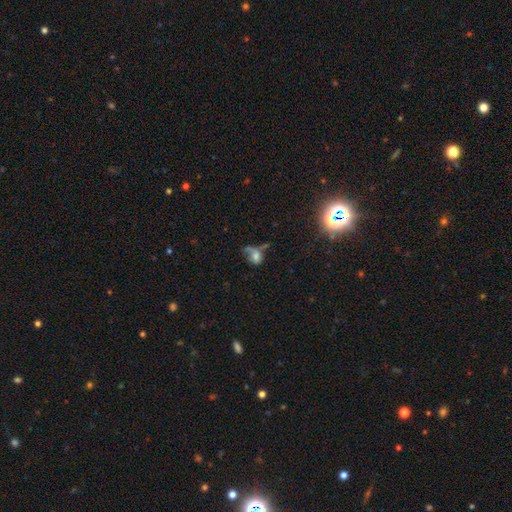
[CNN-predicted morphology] A smooth galaxy with no disk features (56%) that is in between round and cigar-shaped (69%). Merging: major disturbance (34%).